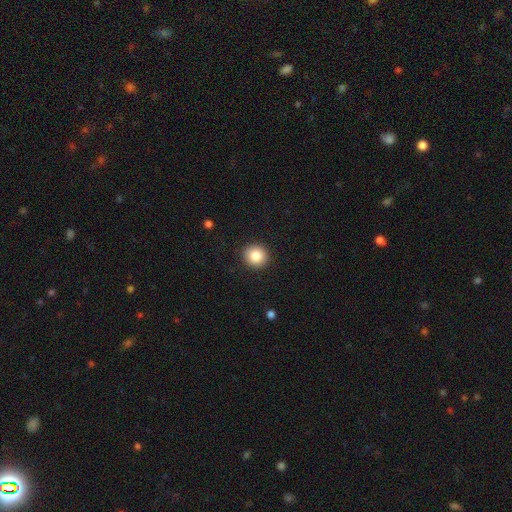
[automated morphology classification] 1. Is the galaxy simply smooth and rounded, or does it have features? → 86% smooth, 9% star or artifact, 5% featured or disk.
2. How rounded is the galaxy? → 92% round, 8% in between, 1% cigar-shaped.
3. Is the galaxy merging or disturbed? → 92% none, 5% minor disturbance, 2% major disturbance, 1% merger.